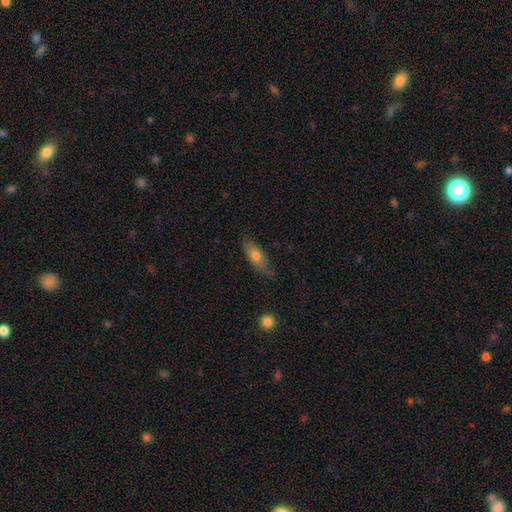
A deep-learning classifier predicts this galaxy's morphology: Overall: smooth (69%). How rounded: in between (70%). Merging: none (69%).